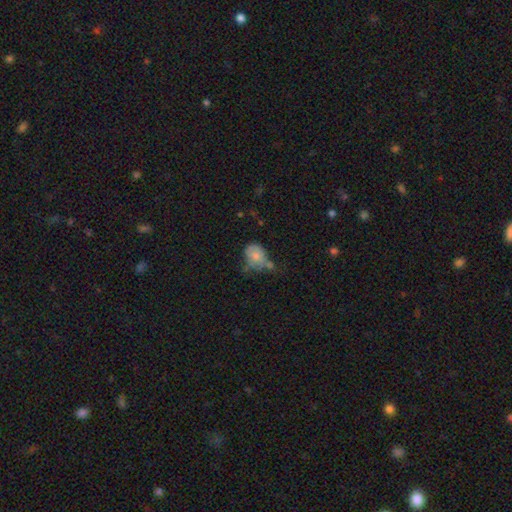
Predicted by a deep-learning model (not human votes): Q: Smooth or featured?
A: smooth (70%); runner-up: featured or disk (21%)
Q: How rounded?
A: in between (50%); runner-up: round (49%)
Q: Merging?
A: none (35%); runner-up: minor disturbance (32%)